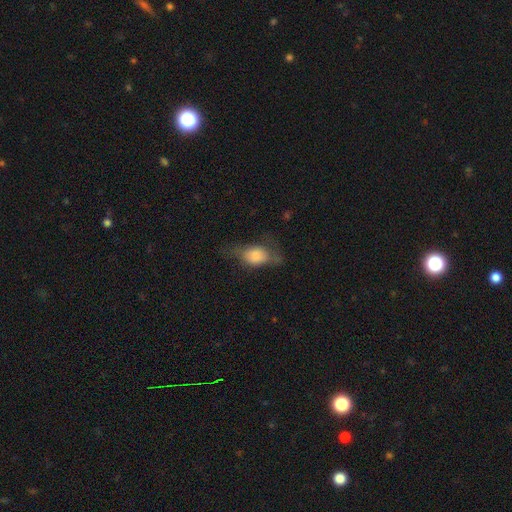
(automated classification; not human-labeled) Smooth or featured? Predicted: smooth (p=0.66). How rounded? Predicted: in between (p=0.79). Merging? Predicted: none (p=0.42).